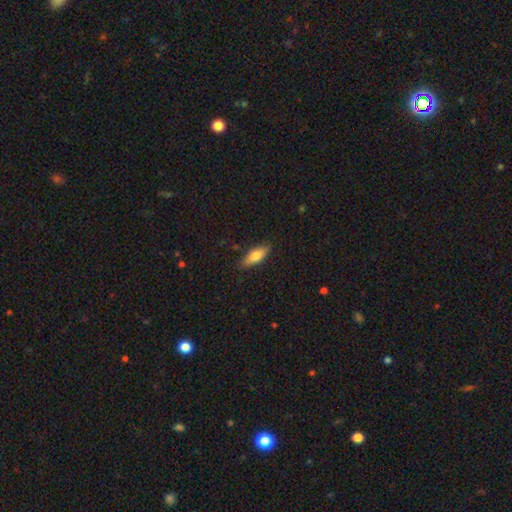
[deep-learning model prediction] Smooth or featured?
  - smooth: 70% *
  - featured or disk: 24%
  - star or artifact: 7%
How rounded?
  - in between: 60% *
  - cigar-shaped: 37%
  - round: 3%
Merging?
  - none: 84% *
  - minor disturbance: 12%
  - major disturbance: 2%
  - merger: 1%